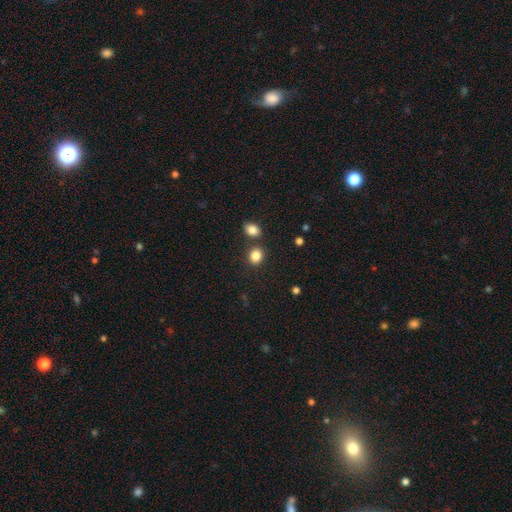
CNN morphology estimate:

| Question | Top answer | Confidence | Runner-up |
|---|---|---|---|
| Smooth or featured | smooth | 85% | star or artifact (10%) |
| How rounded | round | 61% | in between (38%) |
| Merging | none | 75% | merger (13%) |